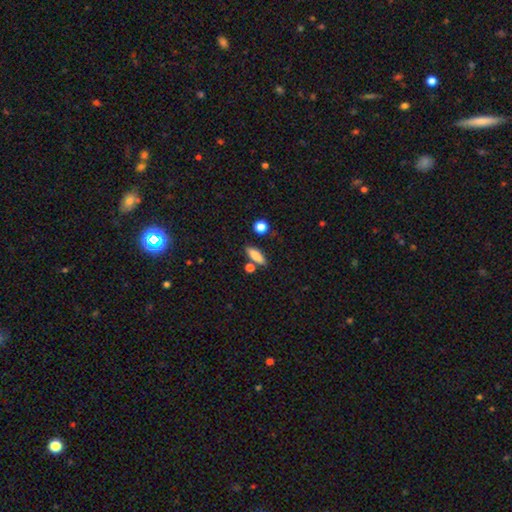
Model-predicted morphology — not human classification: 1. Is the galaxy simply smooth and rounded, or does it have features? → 83% smooth, 9% featured or disk, 8% star or artifact.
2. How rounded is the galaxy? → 50% in between, 45% cigar-shaped, 4% round.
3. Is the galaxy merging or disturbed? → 76% none, 12% minor disturbance, 9% merger, 3% major disturbance.